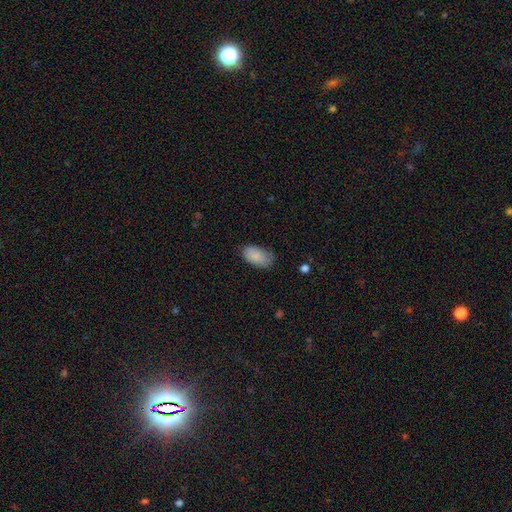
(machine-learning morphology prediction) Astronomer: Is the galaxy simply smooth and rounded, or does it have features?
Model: smooth — 87%.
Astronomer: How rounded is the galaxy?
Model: in between — 94%.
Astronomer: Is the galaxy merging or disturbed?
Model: none — 70%.